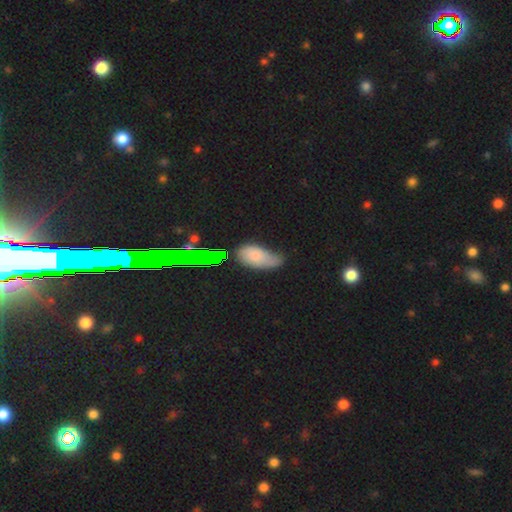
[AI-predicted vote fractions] smooth-or-featured: smooth: 71% | featured or disk: 15% | star or artifact: 14%
  how-rounded: in between: 88% | cigar-shaped: 8% | round: 4%
  merging: none: 43% | minor disturbance: 38% | major disturbance: 12% | merger: 6%